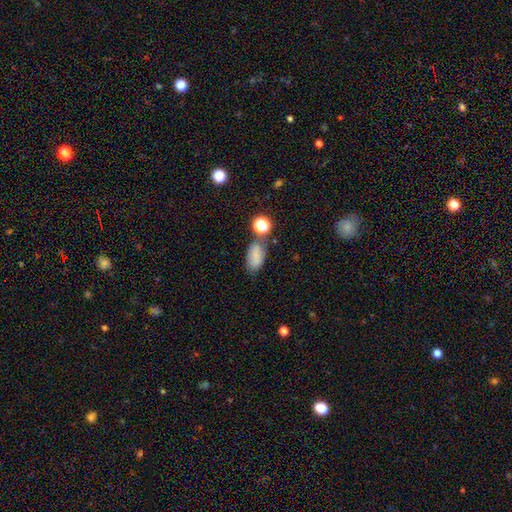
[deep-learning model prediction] This is likely a smooth galaxy (78%). How rounded: clearly in between (89%). Merging: likely none (61%).